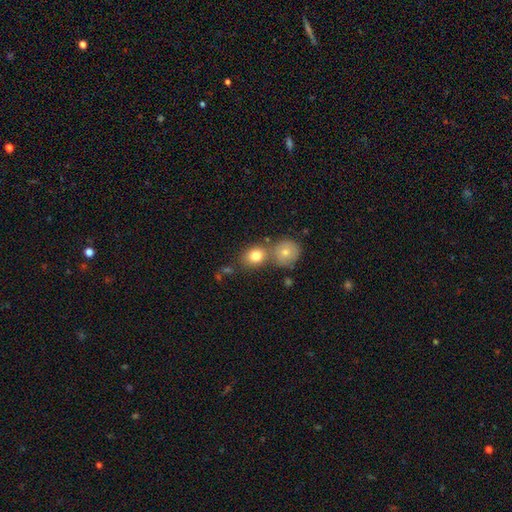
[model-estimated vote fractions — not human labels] Smooth or featured?
  - smooth: 79% *
  - featured or disk: 11%
  - star or artifact: 10%
How rounded?
  - round: 62% *
  - in between: 37%
  - cigar-shaped: 1%
Merging?
  - none: 51% *
  - merger: 36%
  - minor disturbance: 10%
  - major disturbance: 3%